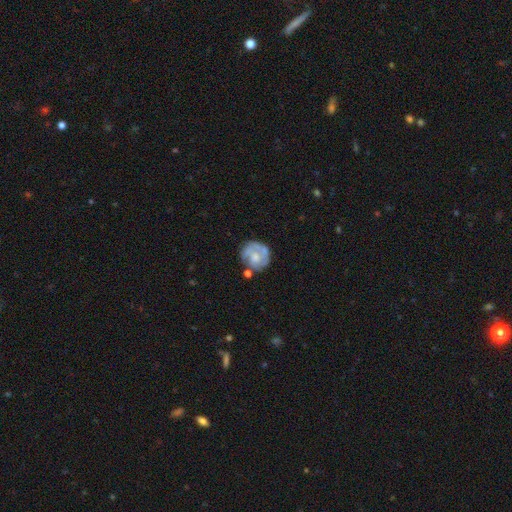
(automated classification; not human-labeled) This appears to be a featured or disk galaxy (61%) with no bar (80%), spiral arms (61%) and a moderate central bulge (46%). Merging: none (57%).